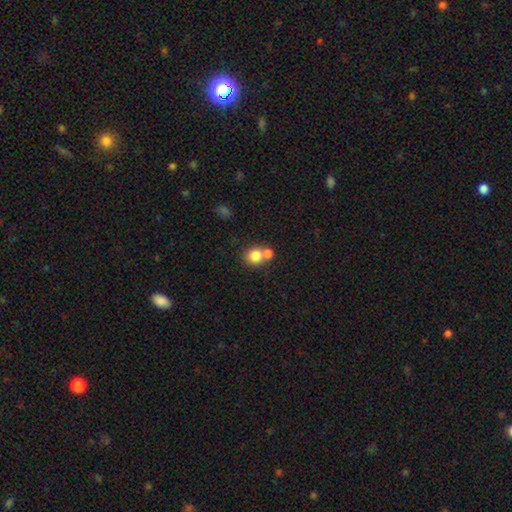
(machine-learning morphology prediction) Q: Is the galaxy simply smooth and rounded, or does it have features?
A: smooth — 80%.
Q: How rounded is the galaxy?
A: round — 82%.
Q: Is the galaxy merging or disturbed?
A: none — 45%, tied with merger.